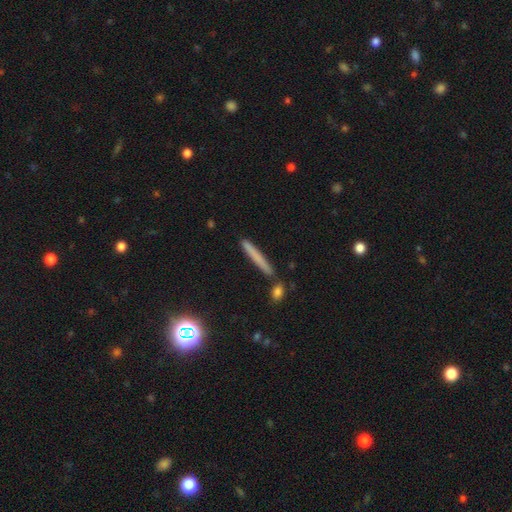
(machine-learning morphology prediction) Overall: smooth (67%). How rounded: cigar-shaped (95%). Merging: none (86%).